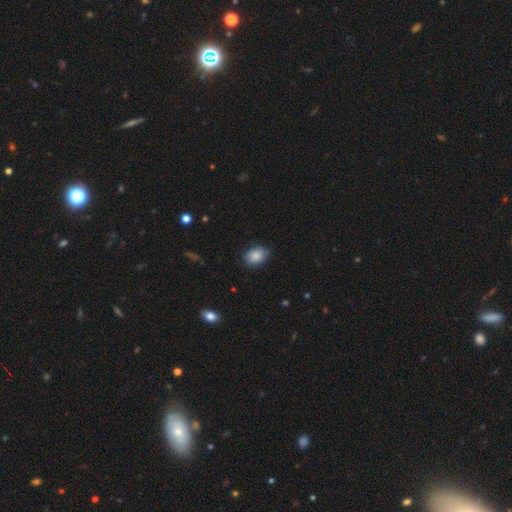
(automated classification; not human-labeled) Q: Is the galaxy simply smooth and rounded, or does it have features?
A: smooth — 85%.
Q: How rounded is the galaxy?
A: in between — 82%.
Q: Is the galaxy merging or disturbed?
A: none — 77%.